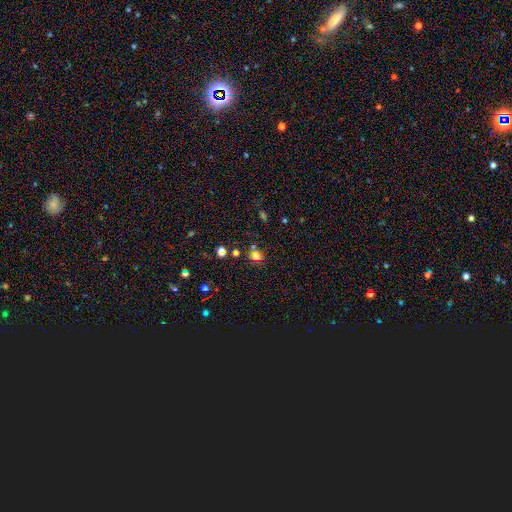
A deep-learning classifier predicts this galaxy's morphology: A smooth galaxy with no disk features (69%) that is round (51%).

Vote fractions:
- Smooth or featured? smooth: 69% / star or artifact: 22% / featured or disk: 8%
- How rounded? round: 51% / in between: 48% / cigar-shaped: 1%
- Merging? none: 65% / merger: 16% / minor disturbance: 14% / major disturbance: 5%